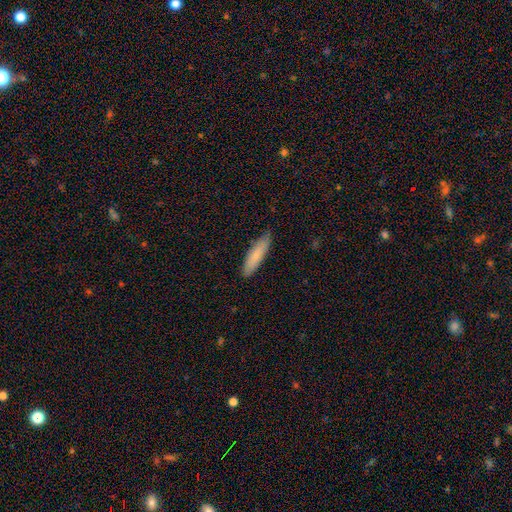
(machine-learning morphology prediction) Smooth or featured? smooth (81%)
How rounded? cigar-shaped (74%)
Merging? none (84%)